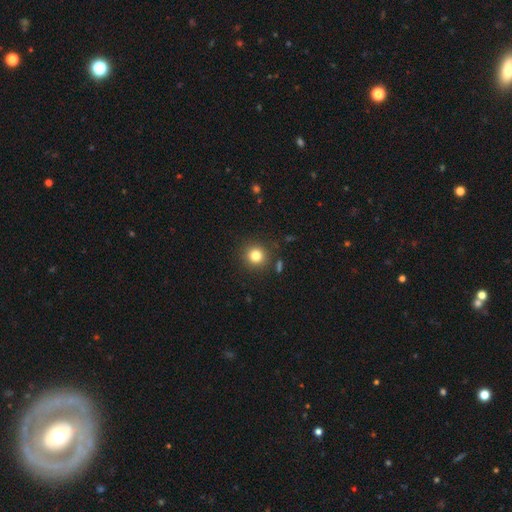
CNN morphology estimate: The model was most divided on "smooth or featured": smooth: 81%, star or artifact: 13%, featured or disk: 7%. More confident: how rounded — round (93%); merging — none (88%).